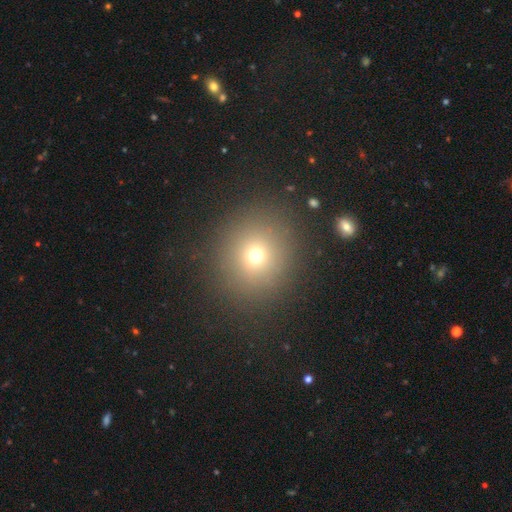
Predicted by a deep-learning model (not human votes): smooth 70%, star or artifact 20%, featured or disk 10%. Down the decision tree: how rounded — round (88%); merging — none (88%).